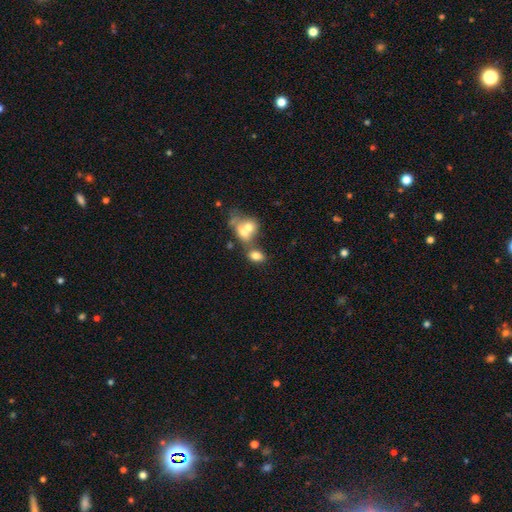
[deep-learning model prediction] A smooth galaxy with no disk features (75%) that is in between round and cigar-shaped (75%). Merging: merger (44%).